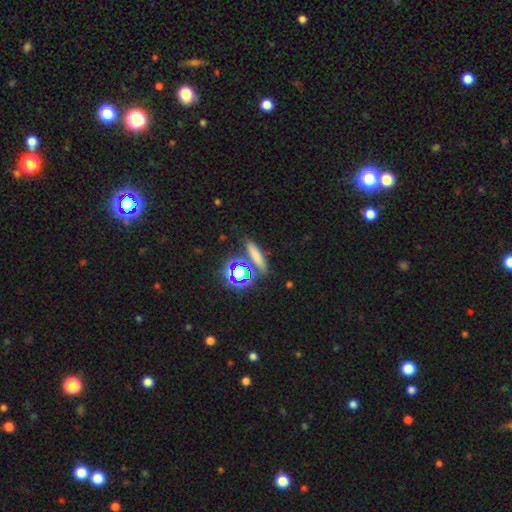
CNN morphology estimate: type=smooth (63%); roundness=cigar-shaped (61%); merging=none (80%).